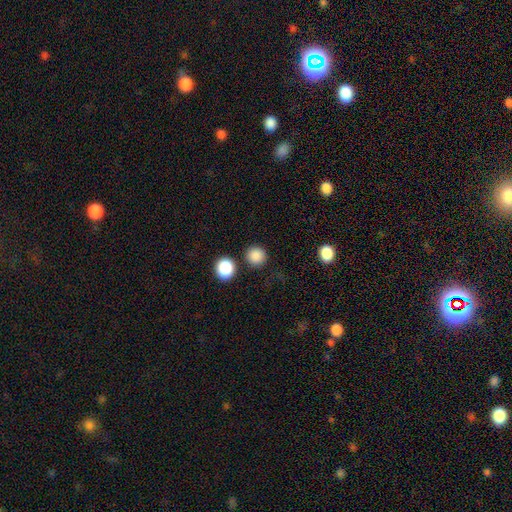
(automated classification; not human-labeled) Smooth or featured?
  - smooth: 86% *
  - star or artifact: 10%
  - featured or disk: 3%
How rounded?
  - round: 93% *
  - in between: 6%
  - cigar-shaped: 1%
Merging?
  - none: 85% *
  - minor disturbance: 7%
  - merger: 6%
  - major disturbance: 3%